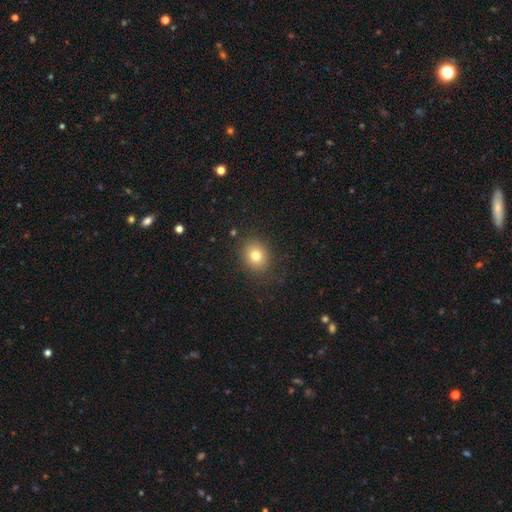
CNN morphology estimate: This appears to be a smooth galaxy with no disk features (78%) that is round (71%). Merging: none (87%).